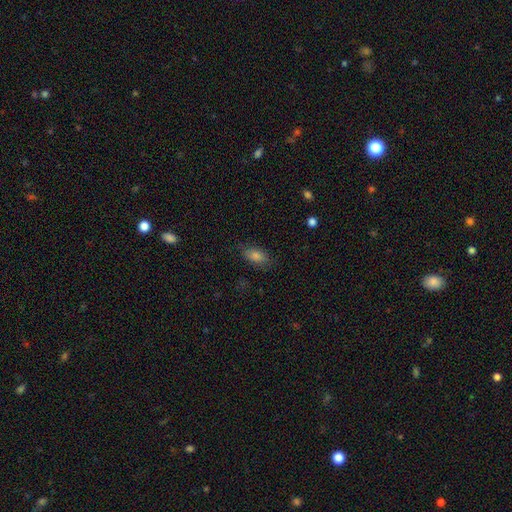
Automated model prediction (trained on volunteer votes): smooth-or-featured: smooth: 74% | star or artifact: 14% | featured or disk: 12%
  how-rounded: in between: 85% | round: 9% | cigar-shaped: 6%
  merging: none: 79% | minor disturbance: 15% | major disturbance: 4% | merger: 1%